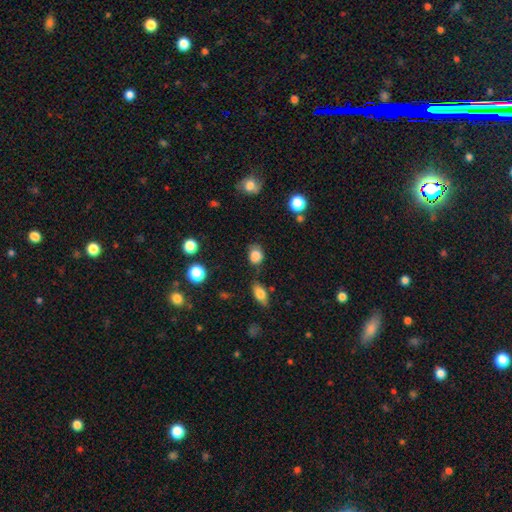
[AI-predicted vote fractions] The model was most divided on "how rounded": round: 57%, in between: 41%, cigar-shaped: 1%. More confident: smooth or featured — smooth (83%); merging — none (66%).